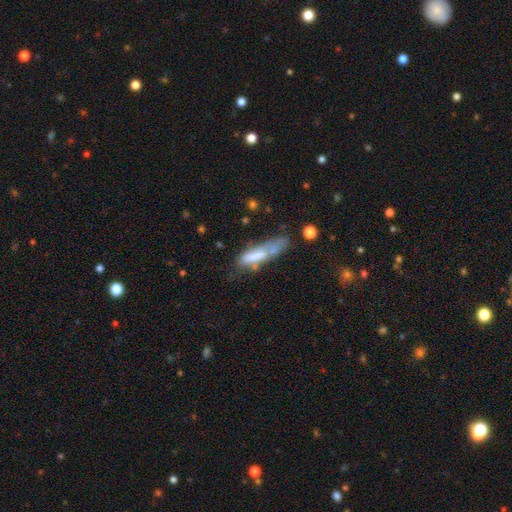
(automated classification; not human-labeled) A smooth galaxy with no disk features (60%) that is cigar-shaped (72%).

Vote fractions:
- Smooth or featured? smooth: 60% / featured or disk: 31% / star or artifact: 9%
- How rounded? cigar-shaped: 72% / in between: 27% / round: 2%
- Merging? none: 36% / minor disturbance: 30% / major disturbance: 22% / merger: 12%